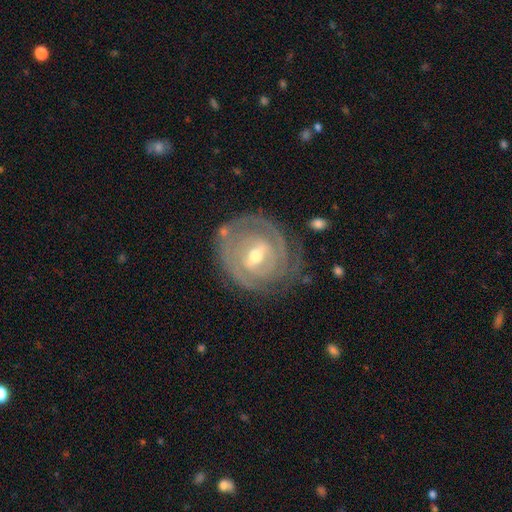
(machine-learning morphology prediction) type=featured or disk (84%); edge-on=no (96%); bar=weak (51%); spiral arms=yes (87%); winding=tight (77%); arm count=can't tell (35%); bulge=moderate (65%); merging=none (70%).